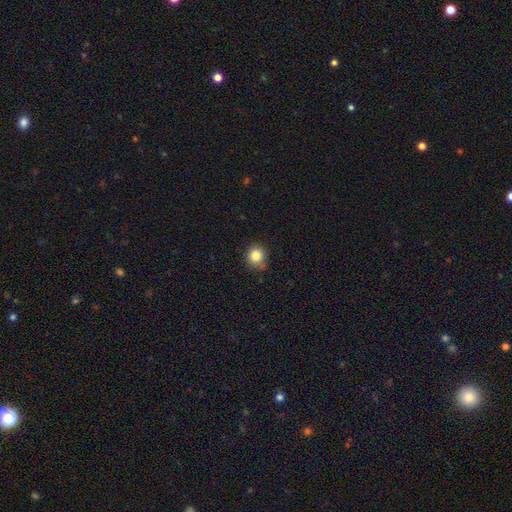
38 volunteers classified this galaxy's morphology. This appears to be a smooth galaxy with no disk features (87%) that is round (97%). Merging: none (83%).